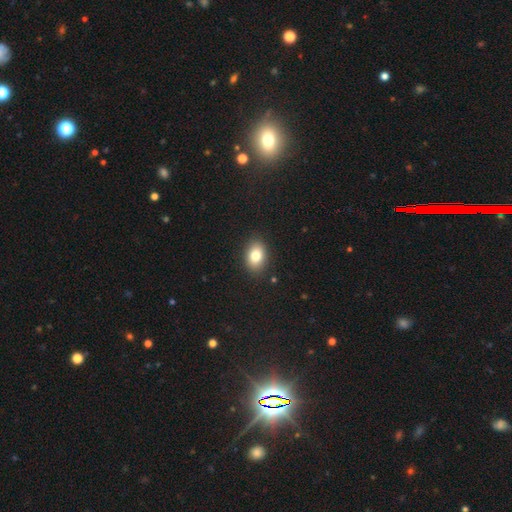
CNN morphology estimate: Q: Smooth or featured?
A: smooth (81%); runner-up: featured or disk (10%)
Q: How rounded?
A: in between (78%); runner-up: round (21%)
Q: Merging?
A: none (88%); runner-up: minor disturbance (9%)